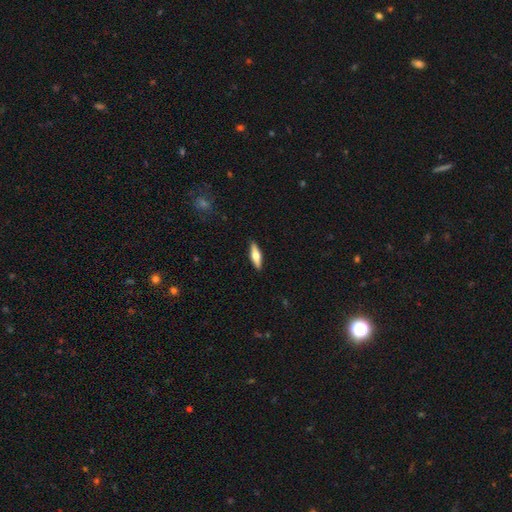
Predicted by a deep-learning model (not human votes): The model was most divided on "smooth or featured": smooth: 53%, featured or disk: 41%, star or artifact: 6%. More confident: merging — none (90%); how rounded — cigar-shaped (59%).